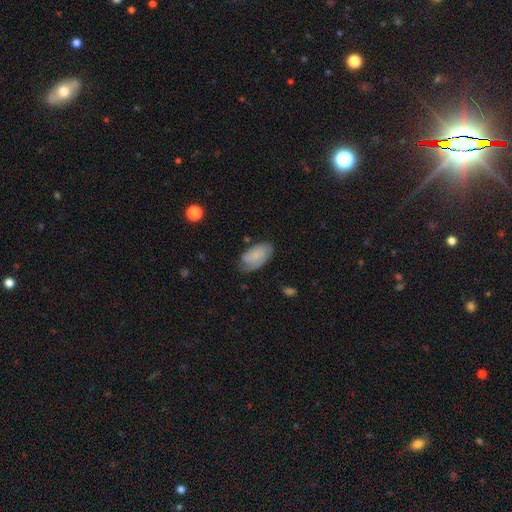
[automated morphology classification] smooth_or_featured: smooth (p=0.56) [alt: featured or disk p=0.36]
how_rounded: in between (p=0.93) [alt: round p=0.04]
merging: none (p=0.62) [alt: minor disturbance p=0.27]